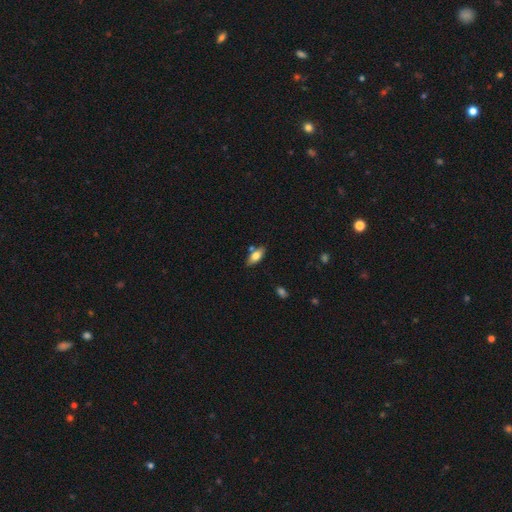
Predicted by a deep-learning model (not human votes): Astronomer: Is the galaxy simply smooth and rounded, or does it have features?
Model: smooth — 68%.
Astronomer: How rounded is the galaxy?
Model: in between — 81%.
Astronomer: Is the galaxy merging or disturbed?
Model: none — 76%.